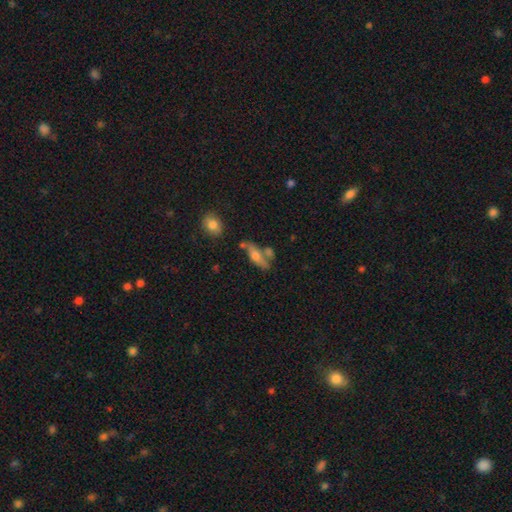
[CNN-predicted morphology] Overall: smooth (56%; featured or disk 35%). How rounded: in between (52%; cigar-shaped 44%). Merging: none (53%; merger 22%).